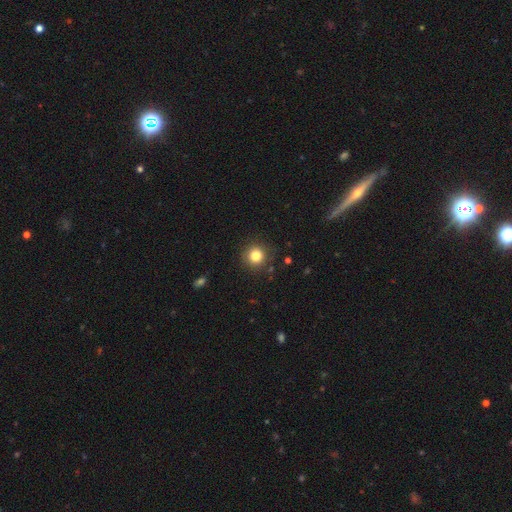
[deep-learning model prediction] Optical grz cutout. It shows a smooth galaxy with no disk features (82%) that is round (94%). Merging: none (89%).